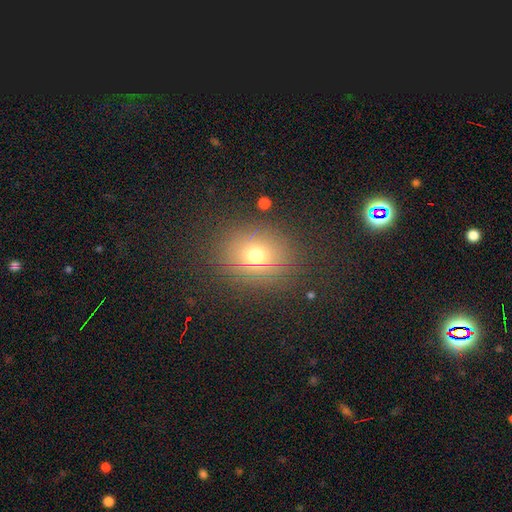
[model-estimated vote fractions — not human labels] A smooth galaxy with no disk features (63%) that is round (62%). Merging: none (84%).